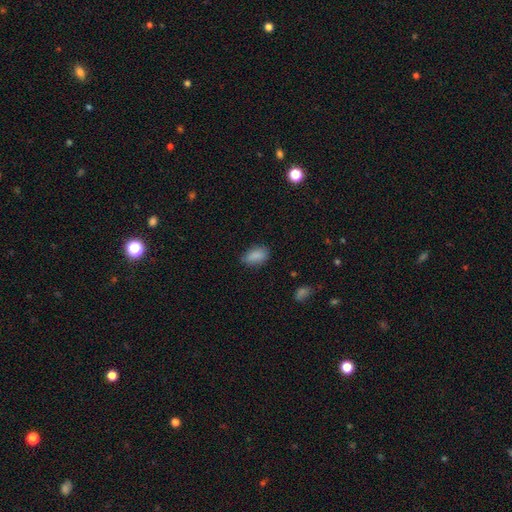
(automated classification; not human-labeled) A smooth galaxy with no disk features (87%) that is in between round and cigar-shaped (90%).

Vote fractions:
- Smooth or featured? smooth: 87% / star or artifact: 8% / featured or disk: 5%
- How rounded? in between: 90% / round: 7% / cigar-shaped: 3%
- Merging? none: 74% / minor disturbance: 21% / major disturbance: 4% / merger: 1%